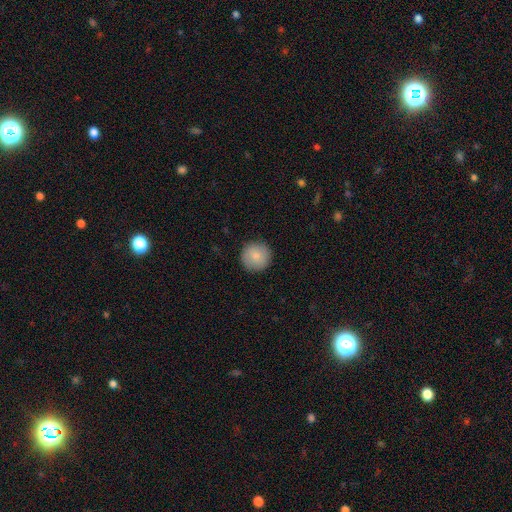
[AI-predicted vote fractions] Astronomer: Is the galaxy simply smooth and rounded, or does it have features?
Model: smooth — 84%.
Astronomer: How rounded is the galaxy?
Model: round — 96%.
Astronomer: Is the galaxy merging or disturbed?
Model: none — 91%.